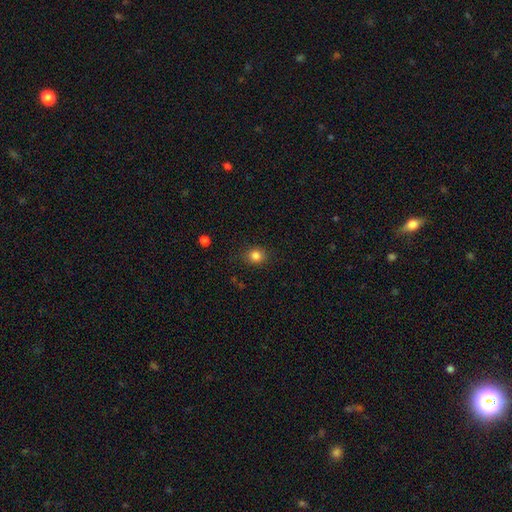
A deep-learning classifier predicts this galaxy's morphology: A smooth galaxy with no disk features (83%) that is round (72%). Merging: none (86%).